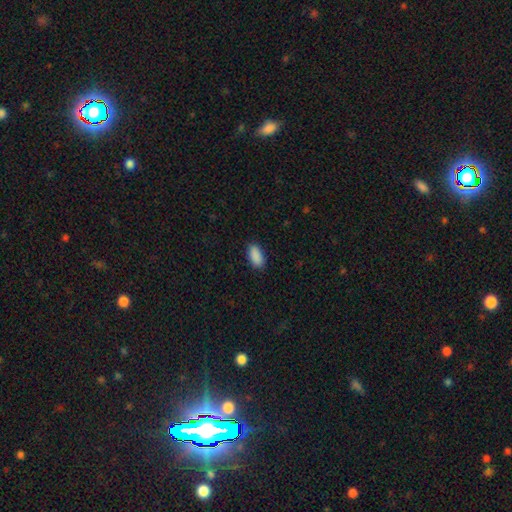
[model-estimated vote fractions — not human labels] Smooth or featured? smooth (90%)
How rounded? in between (92%)
Merging? none (88%)